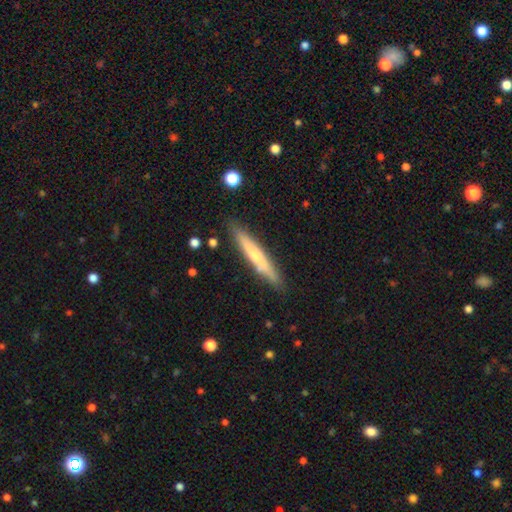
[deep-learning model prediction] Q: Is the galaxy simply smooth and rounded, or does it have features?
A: smooth — 57%.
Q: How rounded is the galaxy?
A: cigar-shaped — 94%.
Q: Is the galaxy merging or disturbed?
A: none — 86%.